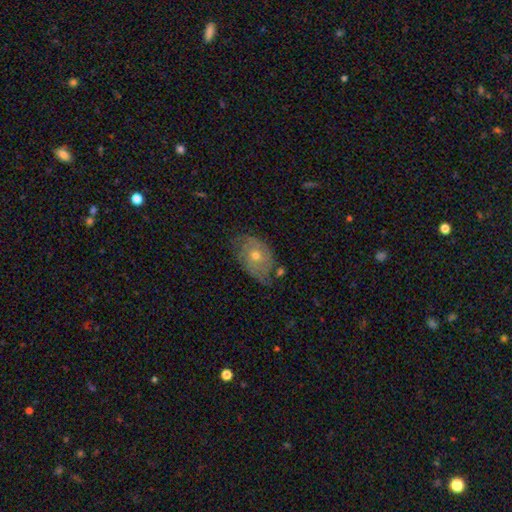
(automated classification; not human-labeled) Smooth or featured?
  - featured or disk: 67% *
  - smooth: 25%
  - star or artifact: 8%
Edge-on disk?
  - no: 94% *
  - yes: 6%
Bar?
  - no: 80% *
  - weak: 17%
  - strong: 3%
Spiral arms?
  - yes: 80% *
  - no: 20%
Spiral winding?
  - tight: 56% *
  - medium: 31%
  - loose: 13%
Spiral arm count?
  - can't tell: 39% *
  - 2: 36%
  - 3: 12%
  - 1: 5%
  - 4: 5%
  - more than 4: 3%
Bulge size?
  - moderate: 63% *
  - small: 33%
  - large: 2%
  - none: 1%
  - dominant: 1%
Merging?
  - none: 63% *
  - minor disturbance: 25%
  - major disturbance: 9%
  - merger: 3%